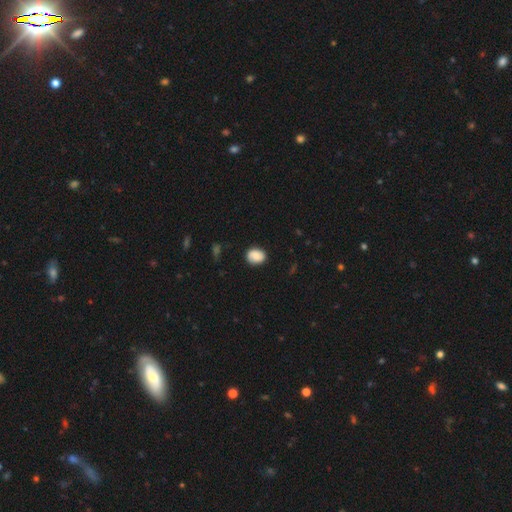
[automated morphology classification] A smooth galaxy with no disk features (82%) that is in between round and cigar-shaped (51%). Merging: none (80%).